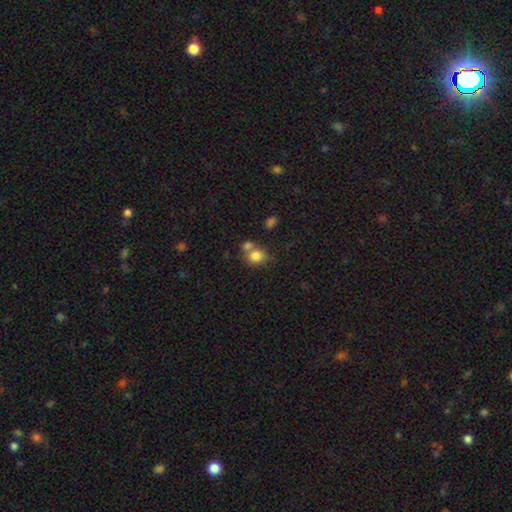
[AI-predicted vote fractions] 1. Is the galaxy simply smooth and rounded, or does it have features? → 81% smooth, 10% star or artifact, 9% featured or disk.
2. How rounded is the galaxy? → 63% round, 36% in between, 1% cigar-shaped.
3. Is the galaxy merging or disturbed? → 47% none, 38% merger, 11% minor disturbance, 4% major disturbance.